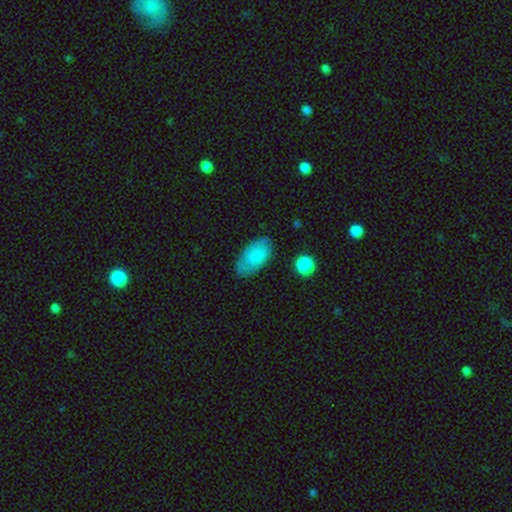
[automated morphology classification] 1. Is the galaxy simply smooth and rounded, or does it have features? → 77% smooth, 16% featured or disk, 7% star or artifact.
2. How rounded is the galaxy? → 94% in between, 3% round, 2% cigar-shaped.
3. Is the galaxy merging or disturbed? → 74% none, 19% minor disturbance, 5% major disturbance, 2% merger.